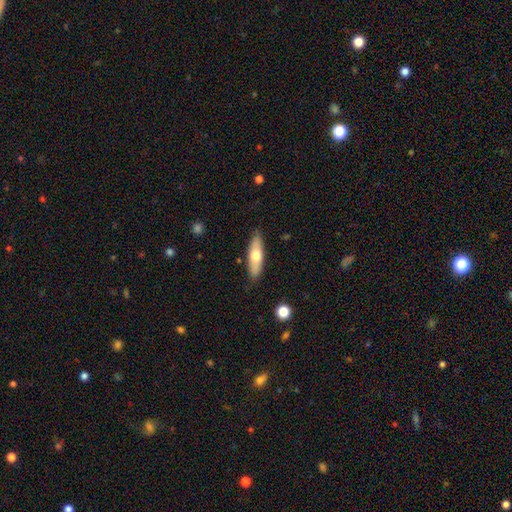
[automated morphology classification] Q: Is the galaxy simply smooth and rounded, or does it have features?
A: smooth — 60%.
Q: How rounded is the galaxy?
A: cigar-shaped — 49%, tied with in between.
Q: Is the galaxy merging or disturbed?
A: none — 86%.